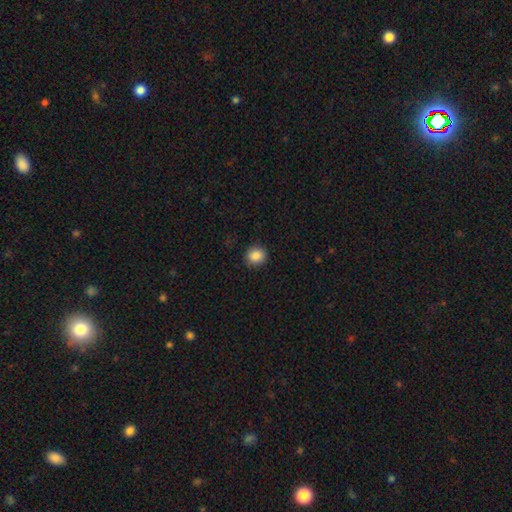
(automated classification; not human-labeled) A smooth galaxy with no disk features (87%) that is round (85%). Merging: none (91%).